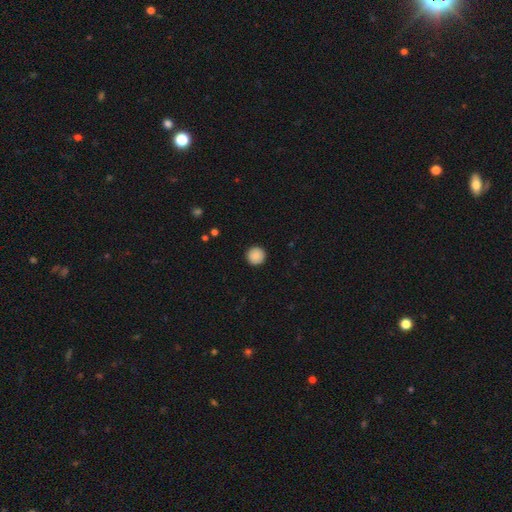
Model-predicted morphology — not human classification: smooth-or-featured: smooth: 88% | star or artifact: 8% | featured or disk: 4%
  how-rounded: round: 96% | in between: 3% | cigar-shaped: 1%
  merging: none: 93% | minor disturbance: 5% | major disturbance: 2% | merger: 1%